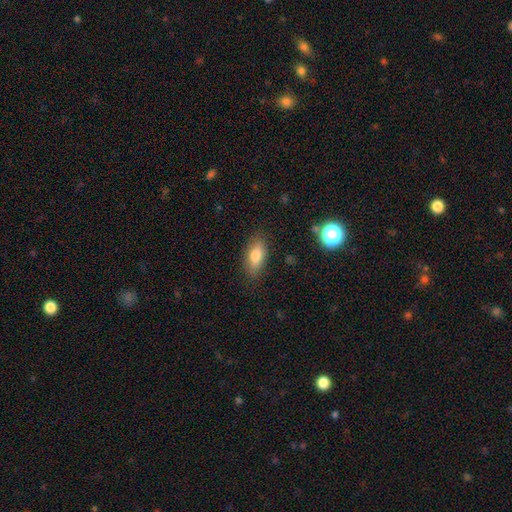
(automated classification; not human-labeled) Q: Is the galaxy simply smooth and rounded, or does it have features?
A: smooth — 78%.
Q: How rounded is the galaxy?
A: in between — 82%.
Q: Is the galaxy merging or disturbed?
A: none — 84%.